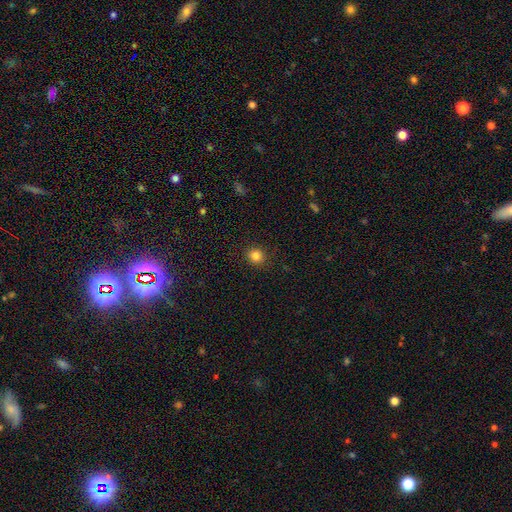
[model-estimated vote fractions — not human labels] smooth-or-featured: smooth: 84% | star or artifact: 12% | featured or disk: 5%
  how-rounded: round: 89% | in between: 10% | cigar-shaped: 1%
  merging: none: 90% | minor disturbance: 6% | major disturbance: 2% | merger: 1%